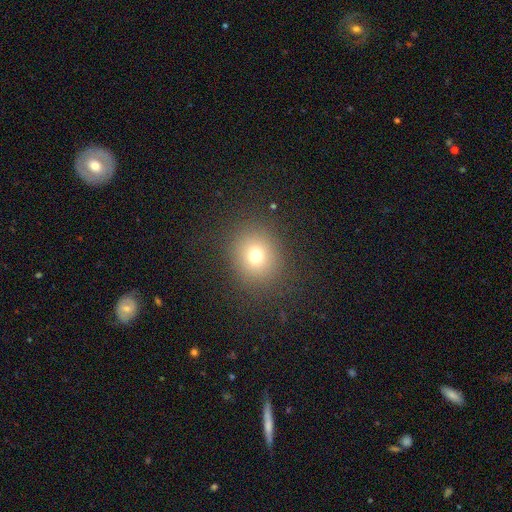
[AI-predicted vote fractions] Q: Smooth or featured?
A: smooth (73%); runner-up: star or artifact (17%)
Q: How rounded?
A: round (78%); runner-up: in between (21%)
Q: Merging?
A: none (87%); runner-up: minor disturbance (8%)